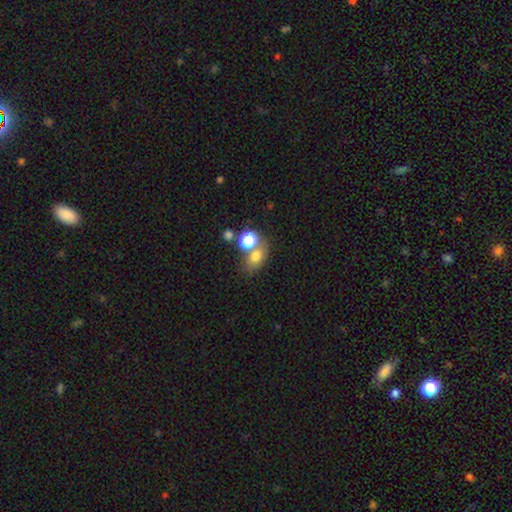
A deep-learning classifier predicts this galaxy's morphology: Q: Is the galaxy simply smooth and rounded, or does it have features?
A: smooth — 72%.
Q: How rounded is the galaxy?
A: in between — 60%.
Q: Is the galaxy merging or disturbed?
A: none — 47%.